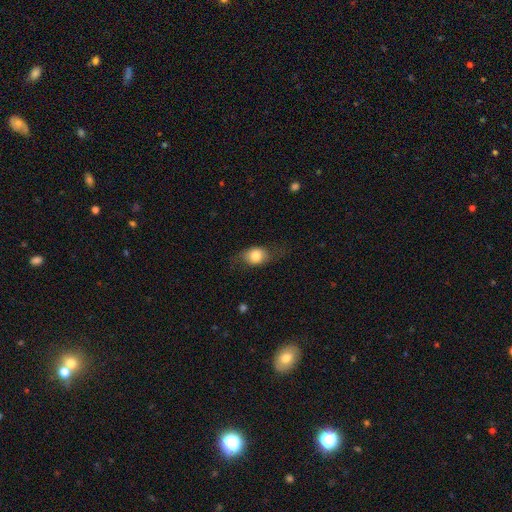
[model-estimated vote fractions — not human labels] Smooth or featured? Predicted: smooth (p=0.72). How rounded? Predicted: in between (p=0.58). Merging? Predicted: none (p=0.65).